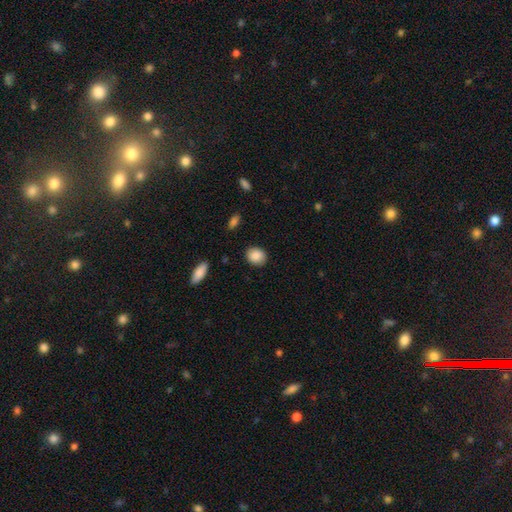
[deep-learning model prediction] Smooth or featured? Predicted: smooth (p=0.88). How rounded? Predicted: round (p=0.60). Merging? Predicted: none (p=0.88).